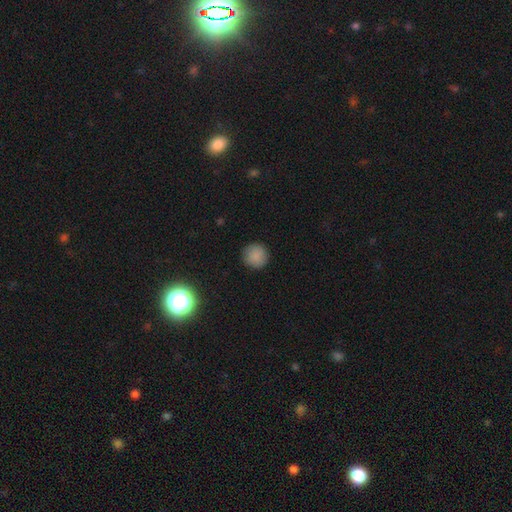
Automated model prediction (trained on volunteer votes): smooth_or_featured: smooth (p=0.86) [alt: star or artifact p=0.10]
how_rounded: round (p=0.94) [alt: in between p=0.05]
merging: none (p=0.89) [alt: minor disturbance p=0.08]